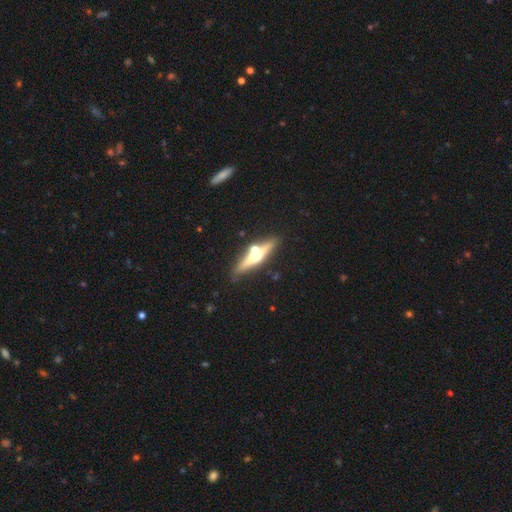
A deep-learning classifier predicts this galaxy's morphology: type=featured or disk (67%); edge-on=yes (94%); edge-on bulge=rounded (94%); merging=none (74%).